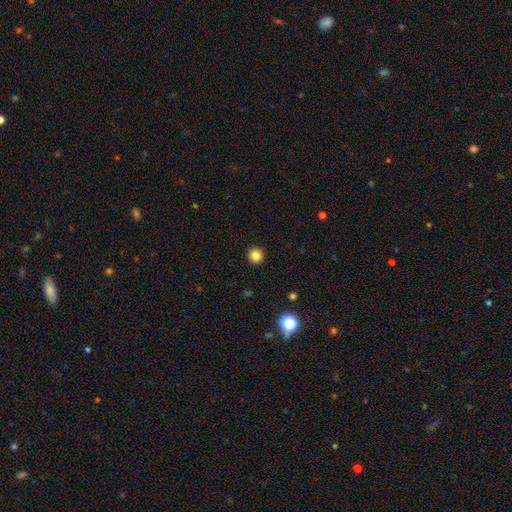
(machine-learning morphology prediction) Smooth or featured? Predicted: smooth (p=0.83). How rounded? Predicted: round (p=0.96). Merging? Predicted: none (p=0.94).